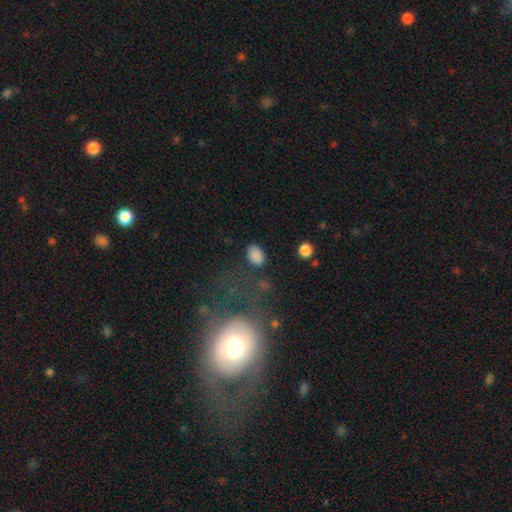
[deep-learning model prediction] This is clearly a smooth galaxy (85%). How rounded: clearly in between (83%). Merging: clearly none (81%).